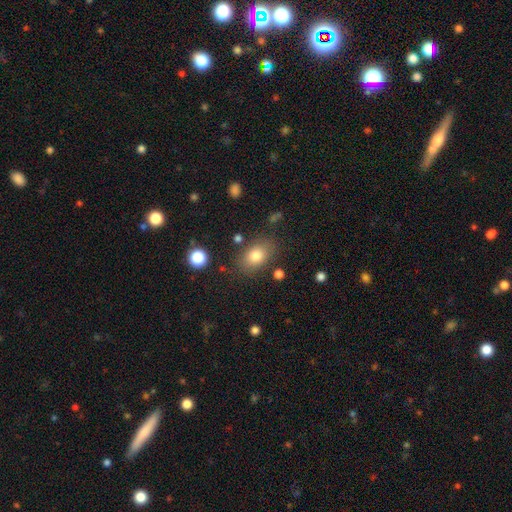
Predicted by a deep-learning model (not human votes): A smooth galaxy with no disk features (80%) that is in between round and cigar-shaped (77%).

Vote fractions:
- Smooth or featured? smooth: 80% / featured or disk: 10% / star or artifact: 10%
- How rounded? in between: 77% / round: 22% / cigar-shaped: 2%
- Merging? none: 78% / minor disturbance: 14% / major disturbance: 5% / merger: 4%